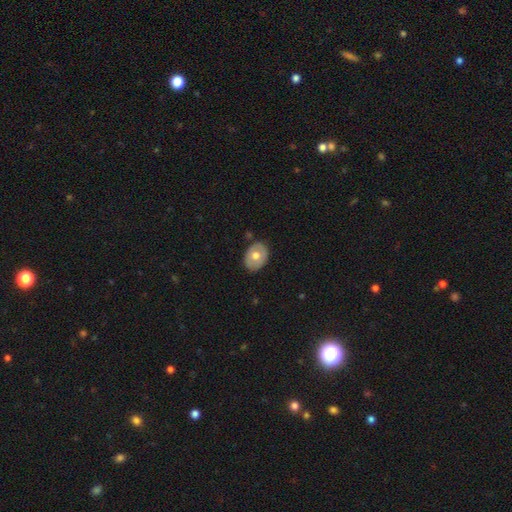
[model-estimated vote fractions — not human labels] The model was most divided on "smooth or featured": smooth: 61%, featured or disk: 33%, star or artifact: 6%. More confident: merging — none (84%); how rounded — in between (69%).